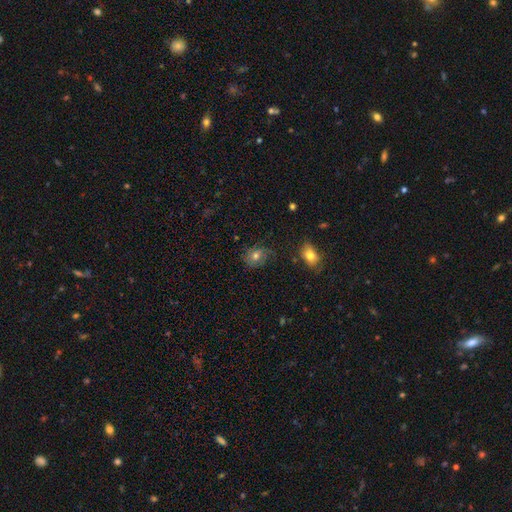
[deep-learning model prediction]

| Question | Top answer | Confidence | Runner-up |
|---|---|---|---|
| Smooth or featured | smooth | 49% | featured or disk (35%) |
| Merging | none | 68% | minor disturbance (21%) |